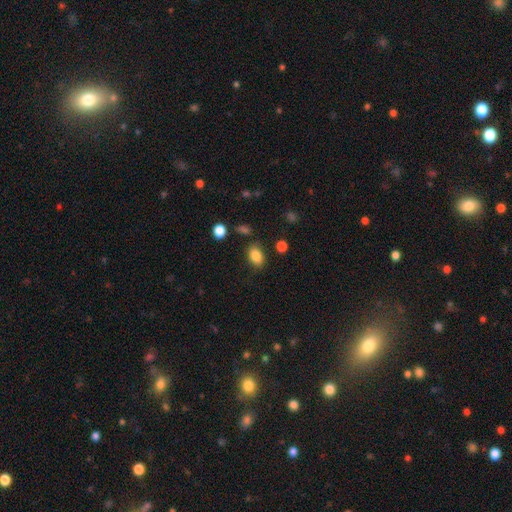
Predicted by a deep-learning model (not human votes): Q: Smooth or featured?
A: smooth (85%); runner-up: star or artifact (9%)
Q: How rounded?
A: in between (81%); runner-up: round (17%)
Q: Merging?
A: none (80%); runner-up: minor disturbance (13%)